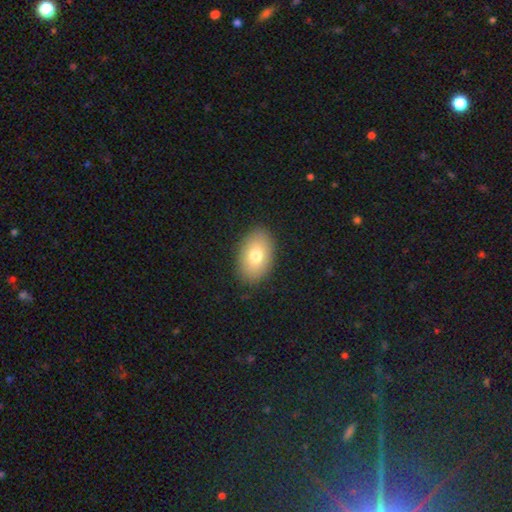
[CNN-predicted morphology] smooth_or_featured: smooth (p=0.75) [alt: featured or disk p=0.17]
how_rounded: in between (p=0.88) [alt: round p=0.11]
merging: none (p=0.88) [alt: minor disturbance p=0.09]